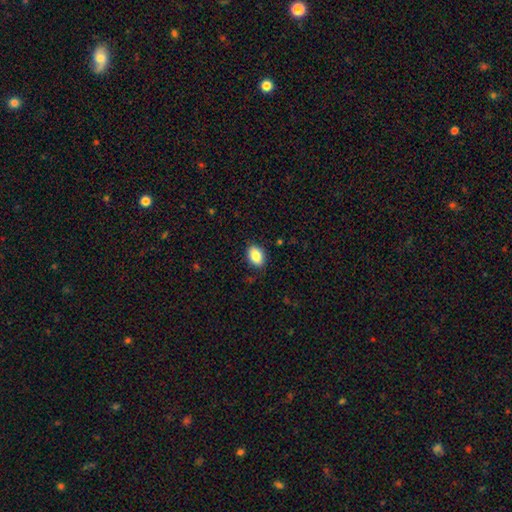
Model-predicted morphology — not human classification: This appears to be a smooth galaxy with no disk features (85%) that is in between round and cigar-shaped (82%). Merging: none (88%).